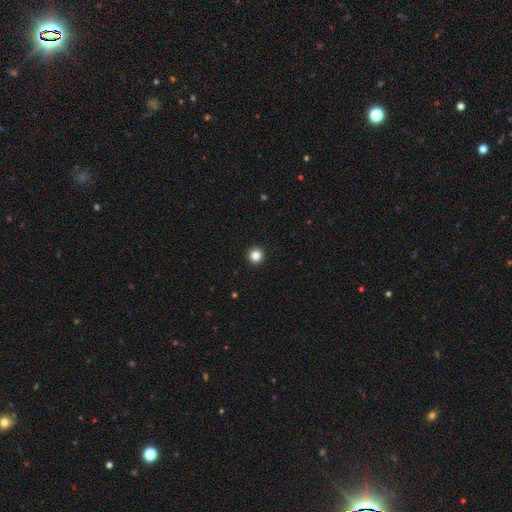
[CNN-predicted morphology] Smooth or featured? smooth (85%)
How rounded? round (95%)
Merging? none (94%)